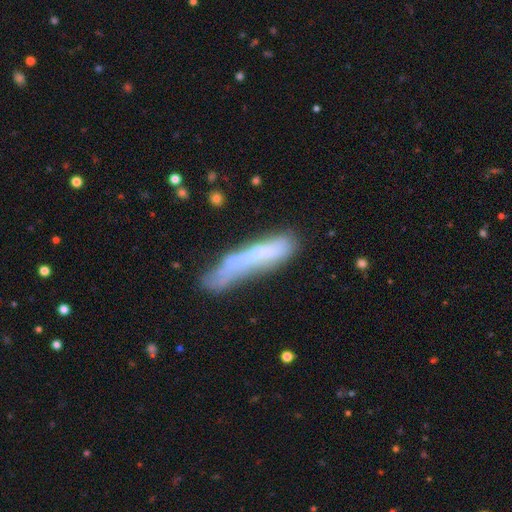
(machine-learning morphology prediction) This appears to be a smooth galaxy with no disk features (55%) that is cigar-shaped (85%). Merging: none (42%).